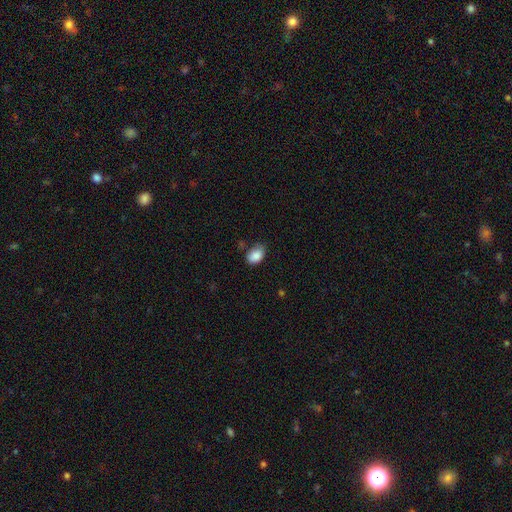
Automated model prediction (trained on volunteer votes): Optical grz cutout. It shows a smooth galaxy with no disk features (87%) that is in between round and cigar-shaped (85%). Merging: none (65%).